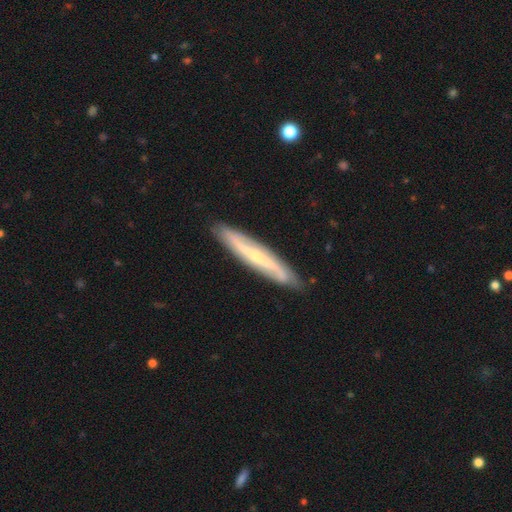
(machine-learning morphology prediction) type=featured or disk (76%); edge-on=yes (51%); merging=none (85%).